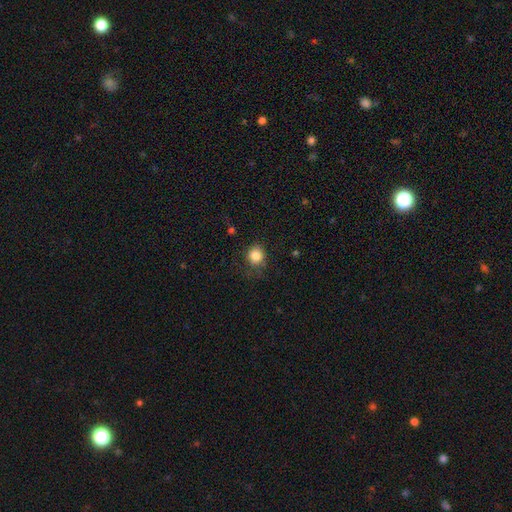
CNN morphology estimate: type=smooth (84%); roundness=round (87%); merging=none (75%).